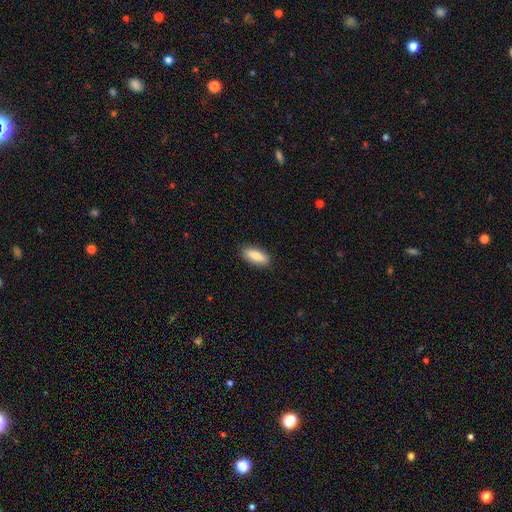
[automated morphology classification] Q: Smooth or featured?
A: smooth (82%); runner-up: featured or disk (11%)
Q: How rounded?
A: in between (73%); runner-up: cigar-shaped (25%)
Q: Merging?
A: none (88%); runner-up: minor disturbance (9%)